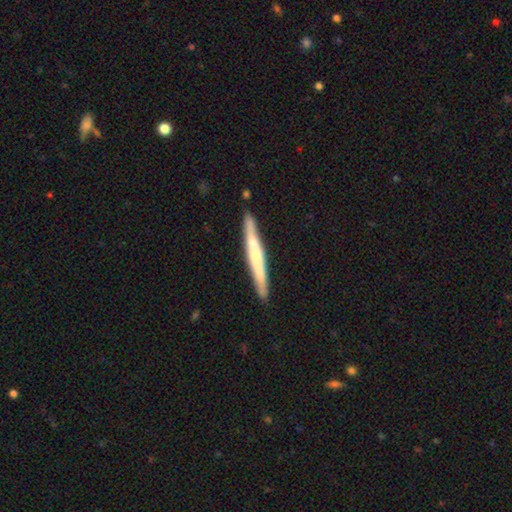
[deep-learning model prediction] Morphology: type=featured or disk (55%); edge-on=yes (95%); edge-on bulge=rounded (45%); merging=none (88%).